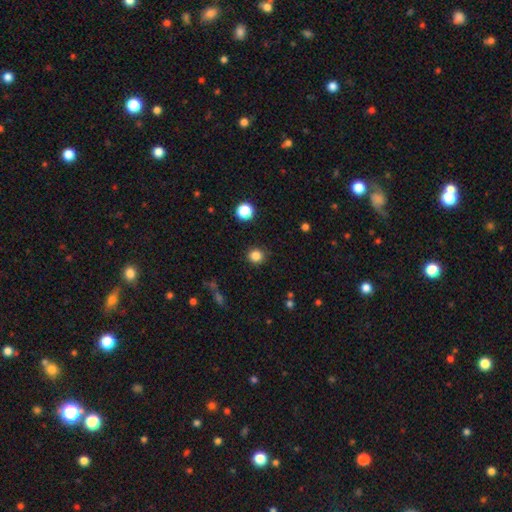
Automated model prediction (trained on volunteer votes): Smooth or featured? Predicted: smooth (p=0.84). How rounded? Predicted: round (p=0.91). Merging? Predicted: none (p=0.90).